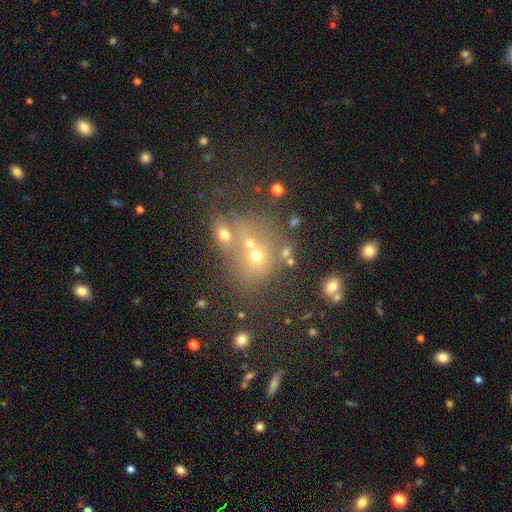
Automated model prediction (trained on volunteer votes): This is possibly a smooth galaxy (55%). How rounded: likely round (68%). Merging: possibly merger (49%).